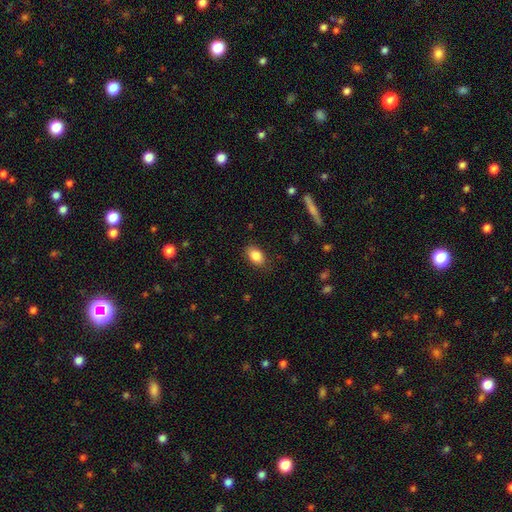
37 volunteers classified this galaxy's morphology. Smooth or featured?
  - smooth: 89% *
  - featured or disk: 8%
  - star or artifact: 3%
How rounded?
  - in between: 85% *
  - round: 15%
  - cigar-shaped: 0%
Merging?
  - none: 89% *
  - minor disturbance: 11%
  - major disturbance: 0%
  - merger: 0%